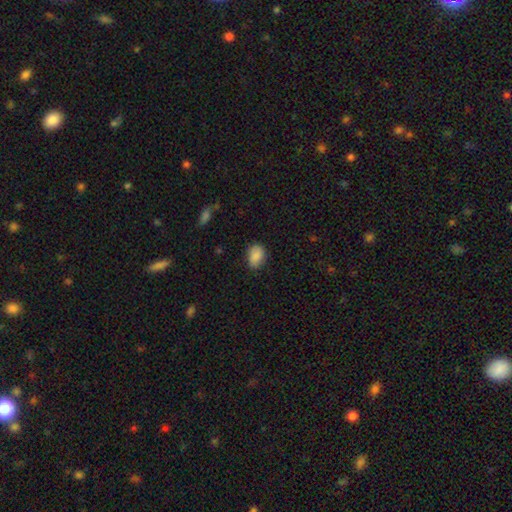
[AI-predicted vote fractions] A smooth galaxy with no disk features (88%) that is in between round and cigar-shaped (76%).

Vote fractions:
- Smooth or featured? smooth: 88% / star or artifact: 8% / featured or disk: 5%
- How rounded? in between: 76% / round: 22% / cigar-shaped: 1%
- Merging? none: 74% / minor disturbance: 21% / major disturbance: 4% / merger: 1%